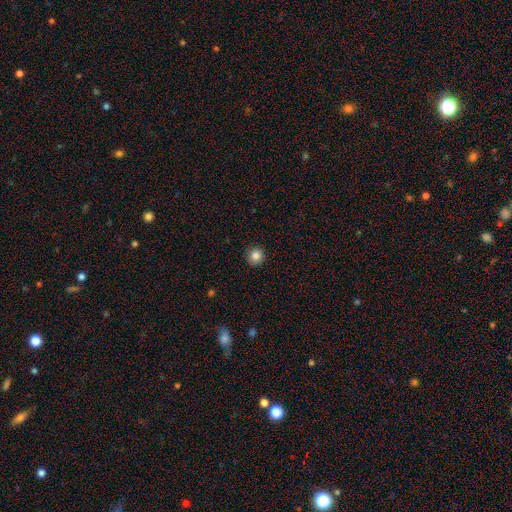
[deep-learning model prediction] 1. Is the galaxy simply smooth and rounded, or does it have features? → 85% smooth, 10% star or artifact, 5% featured or disk.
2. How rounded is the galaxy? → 93% round, 6% in between, 1% cigar-shaped.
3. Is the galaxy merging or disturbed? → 92% none, 6% minor disturbance, 2% major disturbance, 1% merger.